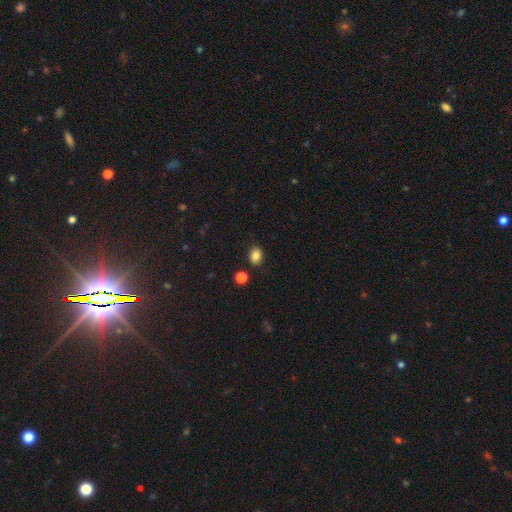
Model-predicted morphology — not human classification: A smooth galaxy with no disk features (84%) that is in between round and cigar-shaped (60%). Merging: none (84%).